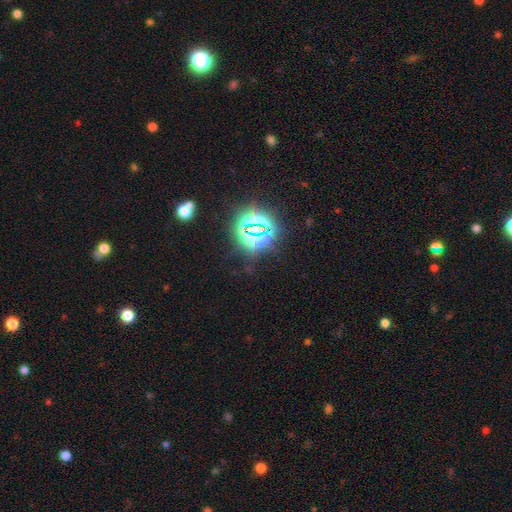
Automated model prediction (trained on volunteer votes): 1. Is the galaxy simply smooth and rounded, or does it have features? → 79% star or artifact, 14% smooth, 7% featured or disk.